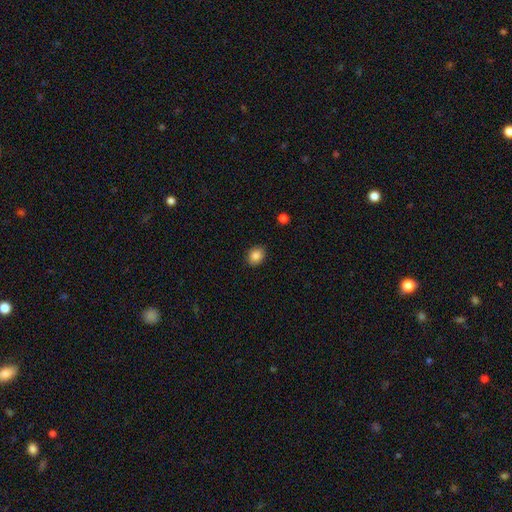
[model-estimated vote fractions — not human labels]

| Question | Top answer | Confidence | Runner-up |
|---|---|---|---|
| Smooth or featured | smooth | 86% | star or artifact (9%) |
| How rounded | round | 50% | in between (49%) |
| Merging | none | 88% | minor disturbance (9%) |